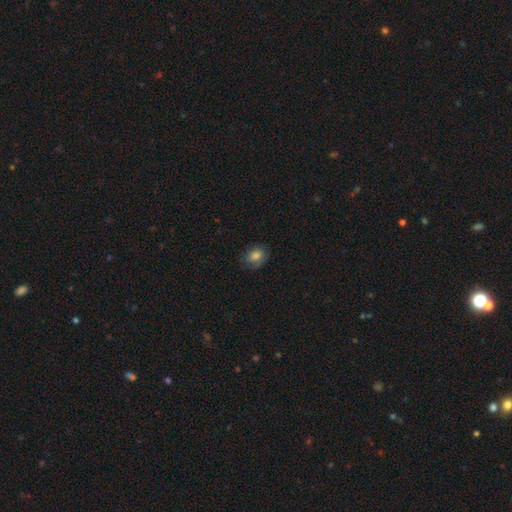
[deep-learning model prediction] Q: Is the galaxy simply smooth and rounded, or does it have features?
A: smooth — 79%.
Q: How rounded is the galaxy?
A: in between — 58%.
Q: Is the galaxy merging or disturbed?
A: none — 72%.